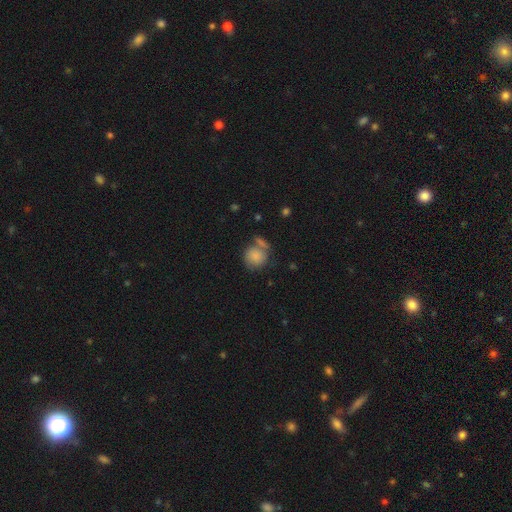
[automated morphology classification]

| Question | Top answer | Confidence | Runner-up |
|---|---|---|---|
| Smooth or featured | smooth | 83% | featured or disk (10%) |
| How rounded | round | 83% | in between (16%) |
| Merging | none | 52% | merger (25%) |